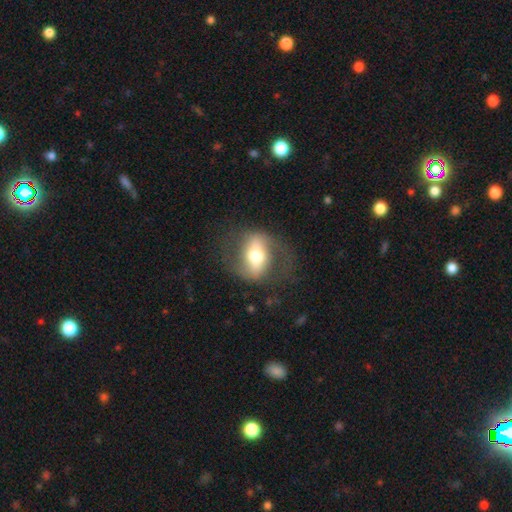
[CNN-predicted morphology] This is likely a featured or disk galaxy (65%). It is clearly not viewed edge-on (86%). Bar: possibly strong (57%). Spiral arm pattern: possibly yes (59%). Central bulge: likely moderate (62%). Merging: likely none (70%).